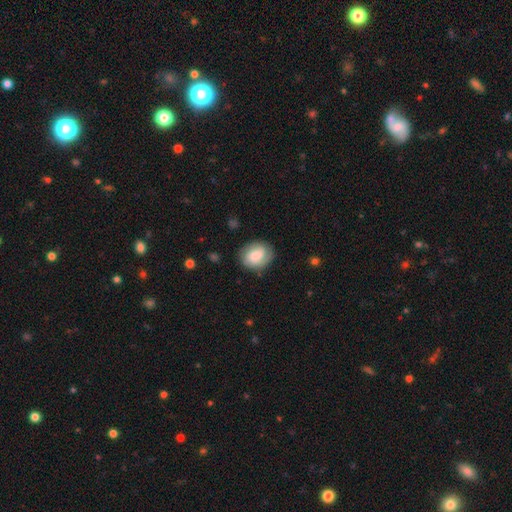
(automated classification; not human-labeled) Smooth or featured? Predicted: smooth (p=0.58). How rounded? Predicted: round (p=0.54). Merging? Predicted: none (p=0.77).